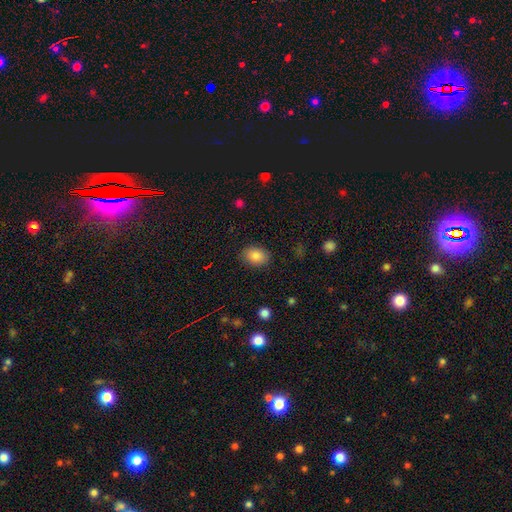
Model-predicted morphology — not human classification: A smooth galaxy with no disk features (87%) that is in between round and cigar-shaped (68%). Merging: none (85%).